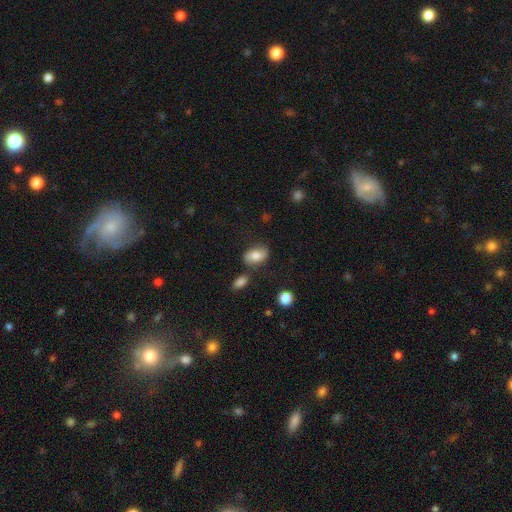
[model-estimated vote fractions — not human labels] Smooth or featured: smooth — 74% (featured or disk — 18%)
How rounded: in between — 87% (round — 11%)
Merging: none — 71% (minor disturbance — 17%)